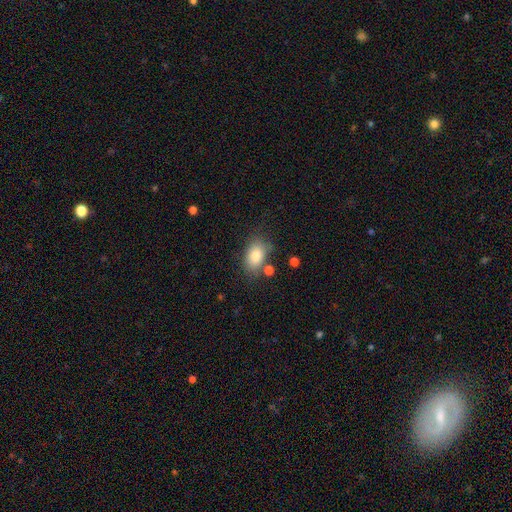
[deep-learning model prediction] The model was most divided on "merging": none: 70%, minor disturbance: 17%, merger: 7%, major disturbance: 5%. More confident: how rounded — in between (85%); smooth or featured — smooth (82%).